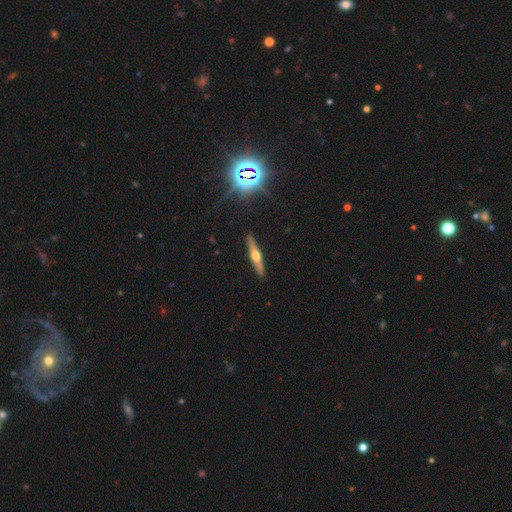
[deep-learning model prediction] Smooth or featured? featured or disk (68%)
Edge-on disk? yes (97%)
Edge-on bulge? rounded (94%)
Merging? none (91%)